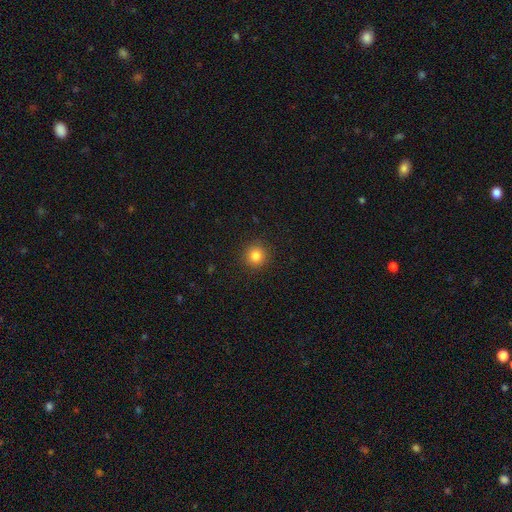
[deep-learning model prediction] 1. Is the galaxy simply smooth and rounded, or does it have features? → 83% smooth, 12% star or artifact, 5% featured or disk.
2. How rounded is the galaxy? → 94% round, 5% in between, 1% cigar-shaped.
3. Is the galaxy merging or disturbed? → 91% none, 6% minor disturbance, 2% major disturbance, 1% merger.